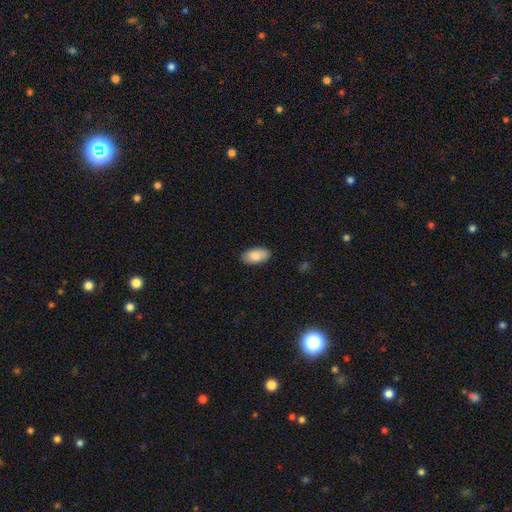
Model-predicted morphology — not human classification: This appears to be a smooth galaxy with no disk features (85%) that is in between round and cigar-shaped (94%). Merging: none (88%).